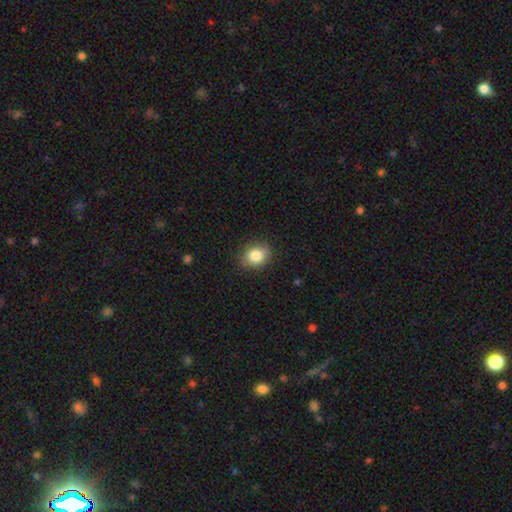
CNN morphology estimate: Q: Smooth or featured?
A: smooth (83%); runner-up: star or artifact (9%)
Q: How rounded?
A: in between (50%); runner-up: round (49%)
Q: Merging?
A: none (84%); runner-up: minor disturbance (12%)